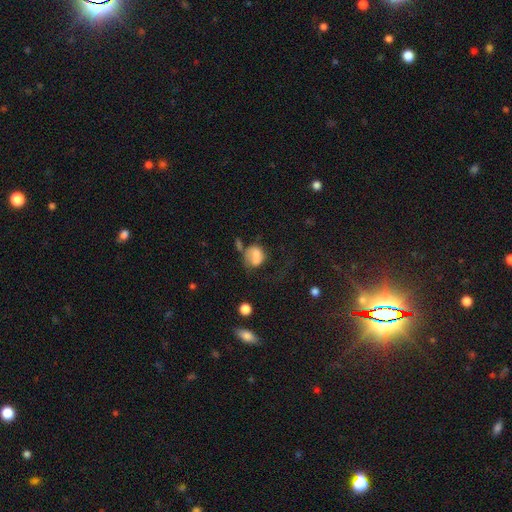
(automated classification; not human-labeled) smooth-or-featured: smooth: 67% | featured or disk: 21% | star or artifact: 11%
  how-rounded: round: 56% | in between: 43% | cigar-shaped: 1%
  merging: major disturbance: 30% | none: 28% | minor disturbance: 23% | merger: 18%